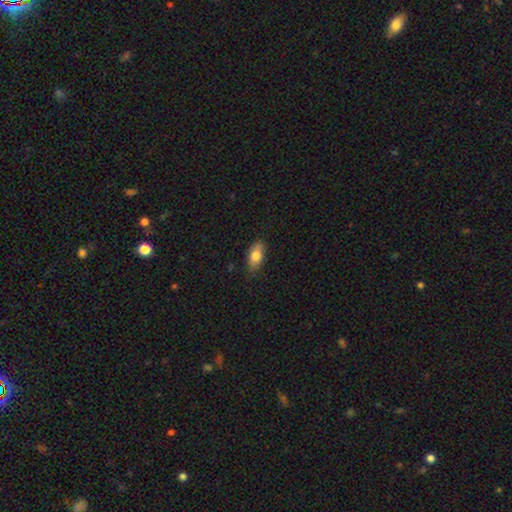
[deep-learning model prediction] This is likely a smooth galaxy (78%). How rounded: clearly in between (86%). Merging: likely none (79%).